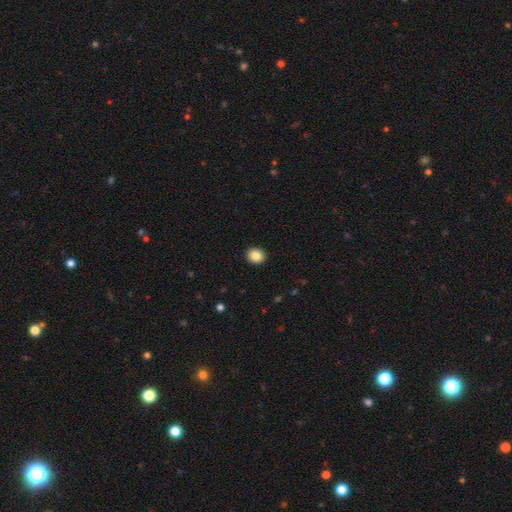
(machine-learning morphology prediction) Smooth or featured? Predicted: smooth (p=0.86). How rounded? Predicted: round (p=0.74). Merging? Predicted: none (p=0.92).